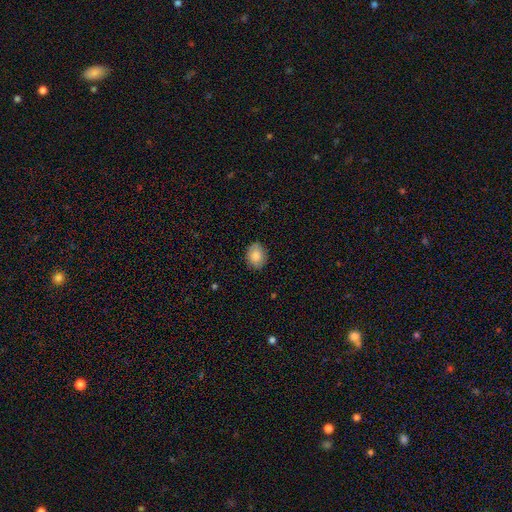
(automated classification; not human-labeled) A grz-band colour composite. It shows a smooth galaxy with no disk features (85%) that is in between round and cigar-shaped (60%). Merging: none (87%).